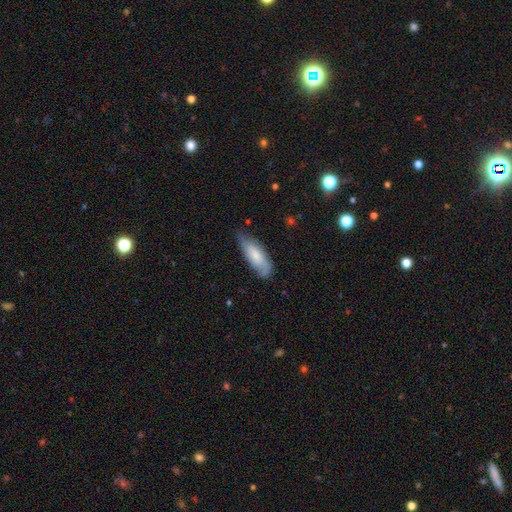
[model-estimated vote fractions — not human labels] Smooth or featured? Predicted: smooth (p=0.65). How rounded? Predicted: in between (p=0.67). Merging? Predicted: none (p=0.63).